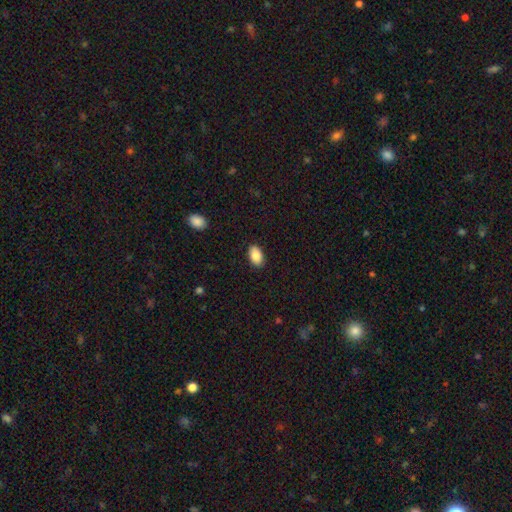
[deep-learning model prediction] smooth 87%, star or artifact 7%, featured or disk 6%. Down the decision tree: how rounded — in between (93%); merging — none (88%).